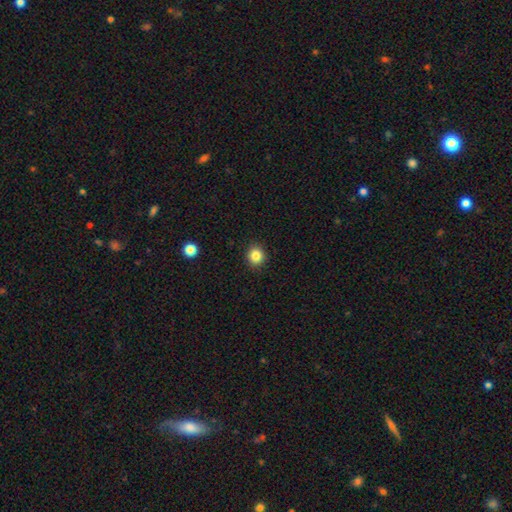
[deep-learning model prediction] smooth-or-featured: smooth: 84% | star or artifact: 11% | featured or disk: 5%
  how-rounded: round: 84% | in between: 15% | cigar-shaped: 1%
  merging: none: 92% | minor disturbance: 6% | major disturbance: 2% | merger: 1%